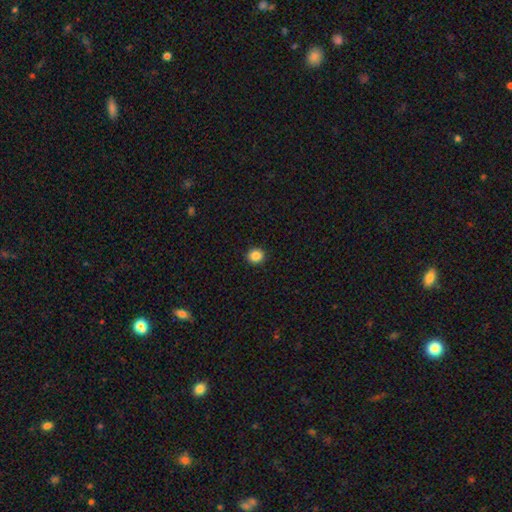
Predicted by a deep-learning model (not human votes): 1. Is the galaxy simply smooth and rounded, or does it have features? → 86% smooth, 10% star or artifact, 3% featured or disk.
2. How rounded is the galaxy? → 89% round, 10% in between, 1% cigar-shaped.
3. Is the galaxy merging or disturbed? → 93% none, 5% minor disturbance, 2% major disturbance, 1% merger.